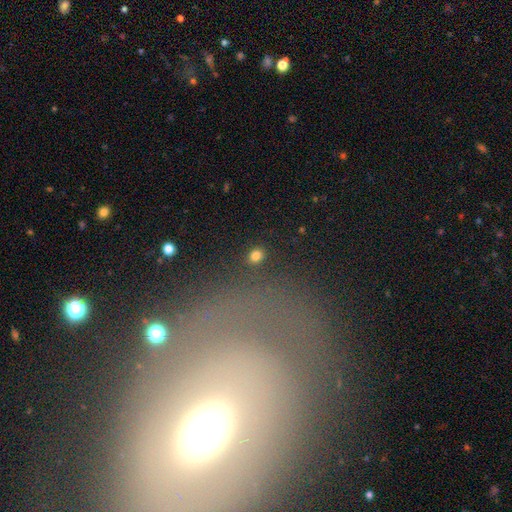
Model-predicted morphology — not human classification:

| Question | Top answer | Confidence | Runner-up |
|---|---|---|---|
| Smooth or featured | smooth | 80% | star or artifact (15%) |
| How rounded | round | 54% | in between (44%) |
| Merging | none | 87% | minor disturbance (7%) |